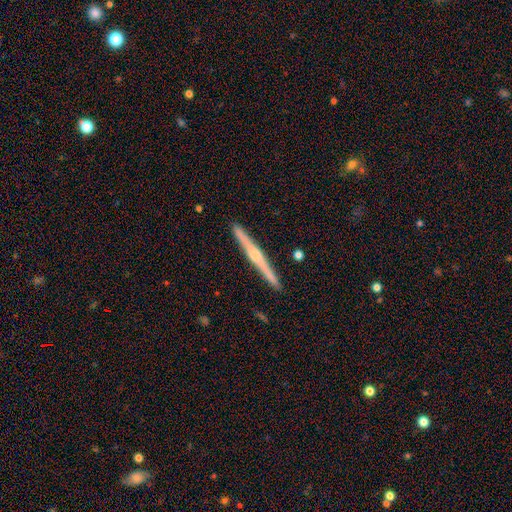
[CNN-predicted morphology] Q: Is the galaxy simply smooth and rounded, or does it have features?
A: featured or disk — 77%.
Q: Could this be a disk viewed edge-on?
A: yes — 98%.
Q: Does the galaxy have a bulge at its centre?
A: rounded — 84%.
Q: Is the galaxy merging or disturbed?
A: none — 93%.